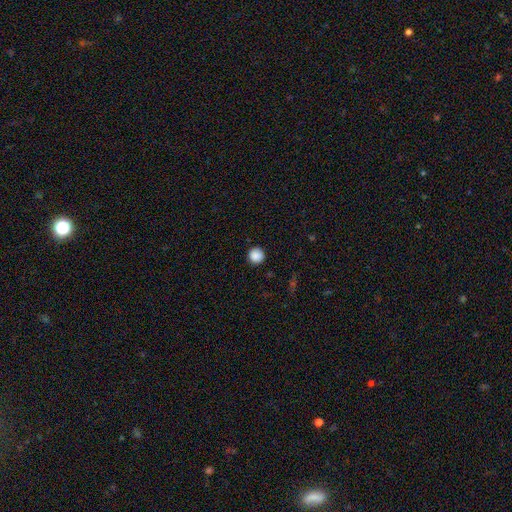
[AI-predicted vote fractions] Smooth or featured: smooth — 88% (star or artifact — 10%)
How rounded: round — 96% (in between — 4%)
Merging: none — 92% (minor disturbance — 5%)